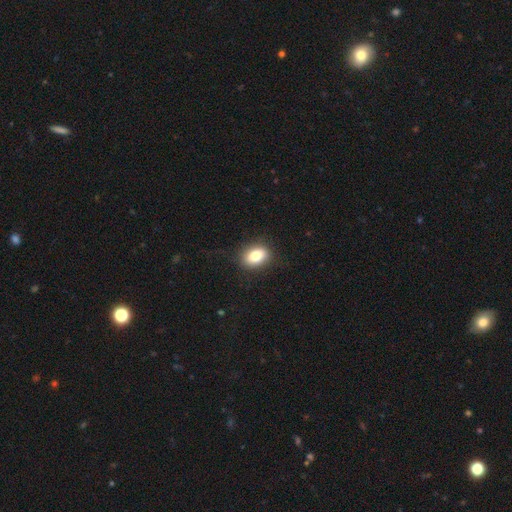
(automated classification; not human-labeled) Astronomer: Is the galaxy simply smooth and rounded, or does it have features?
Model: smooth — 81%.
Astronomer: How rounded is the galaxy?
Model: in between — 72%.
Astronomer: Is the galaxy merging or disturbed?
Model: none — 86%.